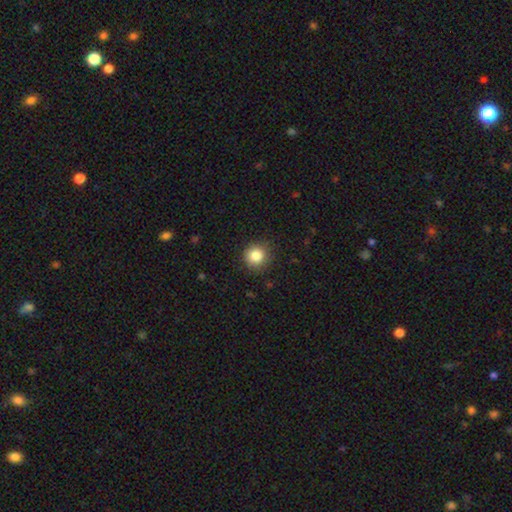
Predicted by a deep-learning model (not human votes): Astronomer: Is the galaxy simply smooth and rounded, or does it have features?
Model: smooth — 83%.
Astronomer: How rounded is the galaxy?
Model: round — 93%.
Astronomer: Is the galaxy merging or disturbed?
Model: none — 88%.